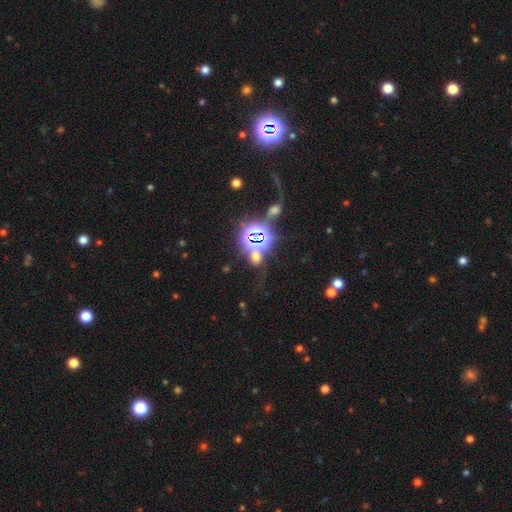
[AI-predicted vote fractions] smooth_or_featured: star or artifact (p=0.59) [alt: smooth p=0.30]